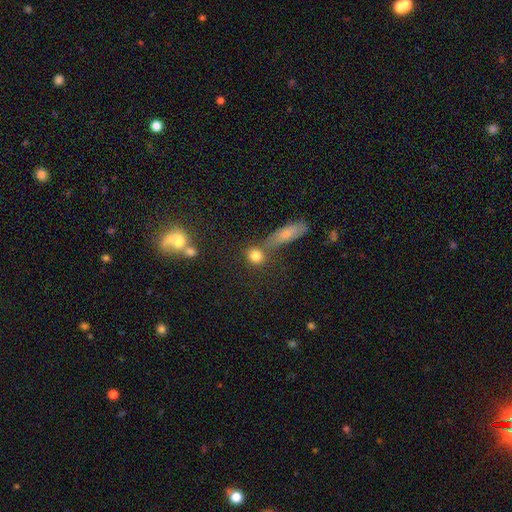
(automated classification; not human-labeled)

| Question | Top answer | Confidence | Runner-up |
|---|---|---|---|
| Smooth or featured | smooth | 80% | star or artifact (12%) |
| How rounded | round | 81% | in between (15%) |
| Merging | none | 64% | merger (20%) |